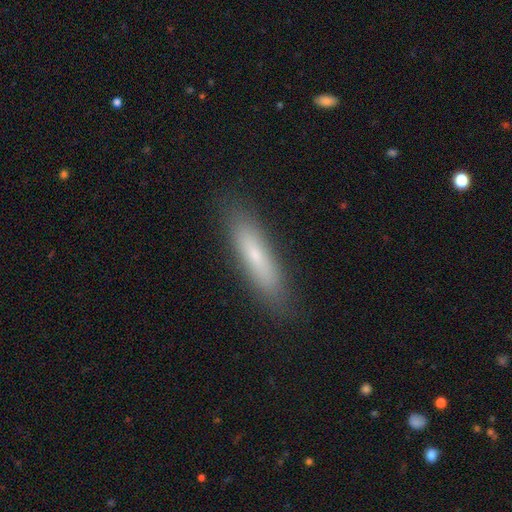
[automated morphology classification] type=smooth (67%); roundness=cigar-shaped (78%); merging=none (87%).